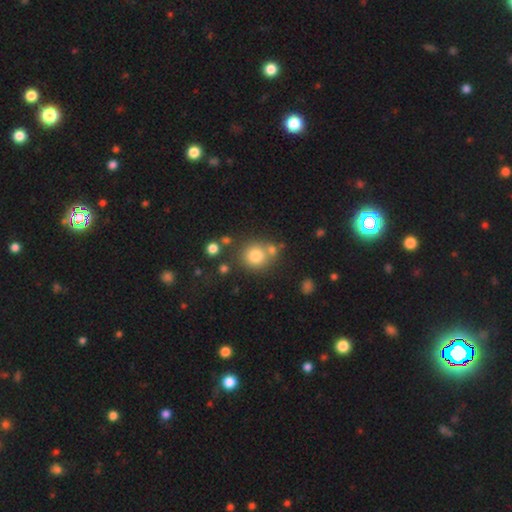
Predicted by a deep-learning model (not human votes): A smooth galaxy with no disk features (78%) that is round (88%).

Vote fractions:
- Smooth or featured? smooth: 78% / star or artifact: 13% / featured or disk: 10%
- How rounded? round: 88% / in between: 11% / cigar-shaped: 1%
- Merging? none: 68% / merger: 18% / minor disturbance: 10% / major disturbance: 4%